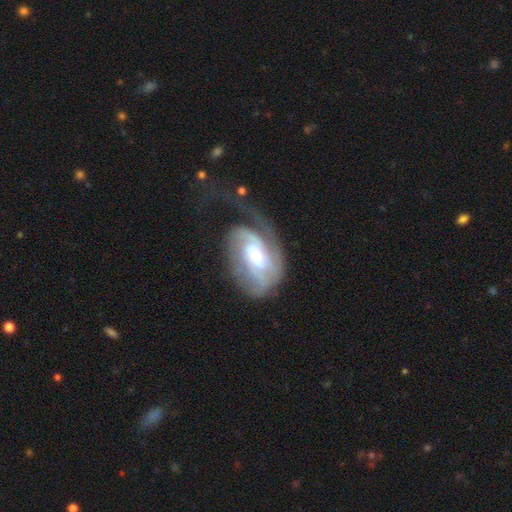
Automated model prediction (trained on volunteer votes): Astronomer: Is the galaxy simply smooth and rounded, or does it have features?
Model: featured or disk — 83%.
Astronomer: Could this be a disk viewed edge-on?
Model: no — 97%.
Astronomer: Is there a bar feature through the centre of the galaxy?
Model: no — 47% (runner-up: weak, 42%).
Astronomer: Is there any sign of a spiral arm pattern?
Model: yes — 94%.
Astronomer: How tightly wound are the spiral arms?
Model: tight — 42% (runner-up: medium, 38%).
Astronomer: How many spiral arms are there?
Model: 2 — 36% (runner-up: 1, 22%).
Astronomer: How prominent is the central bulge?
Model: moderate — 54% (runner-up: small, 30%).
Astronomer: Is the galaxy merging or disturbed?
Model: major disturbance — 45% (runner-up: none, 31%).